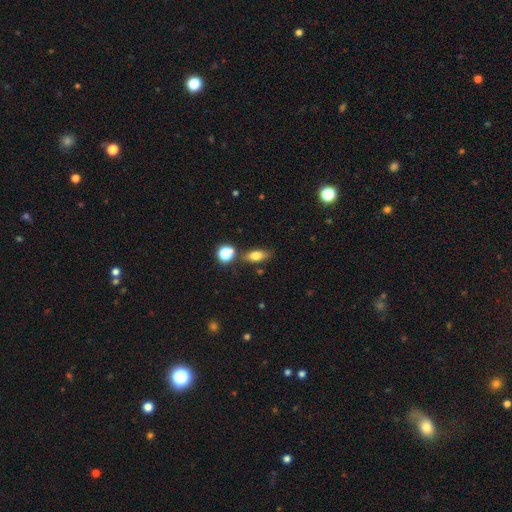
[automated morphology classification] smooth 71%, featured or disk 18%, star or artifact 11%. Down the decision tree: how rounded — in between (72%); merging — none (76%).